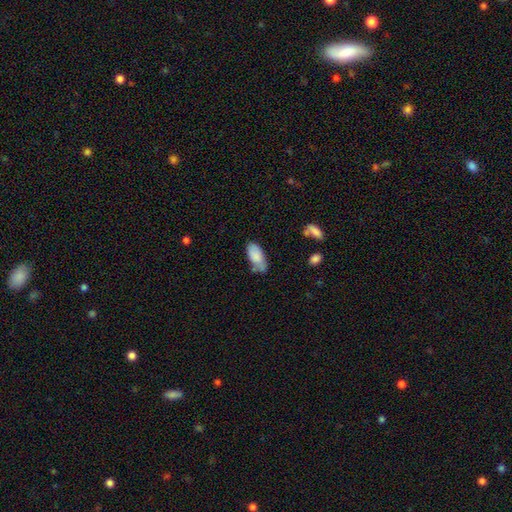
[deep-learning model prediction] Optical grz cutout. It shows a smooth galaxy with no disk features (80%) that is in between round and cigar-shaped (91%). Merging: none (45%).